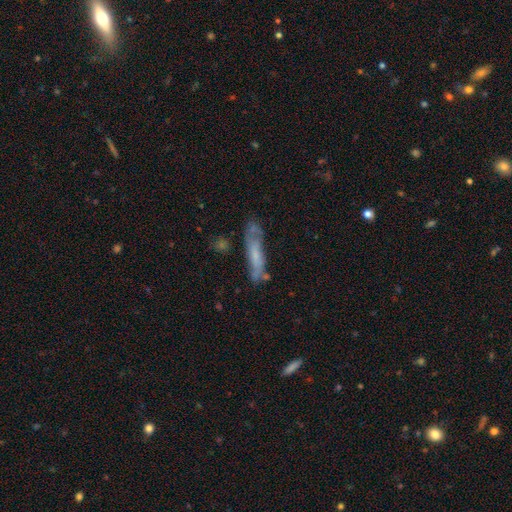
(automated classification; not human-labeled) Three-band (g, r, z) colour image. It shows a featured or disk galaxy (49%). Merging: none (62%).